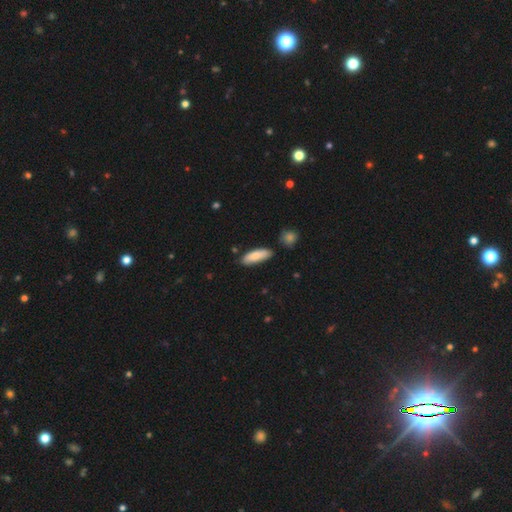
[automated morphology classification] The model was most divided on "how rounded": in between: 60%, cigar-shaped: 38%, round: 2%. More confident: smooth or featured — smooth (82%); merging — none (77%).